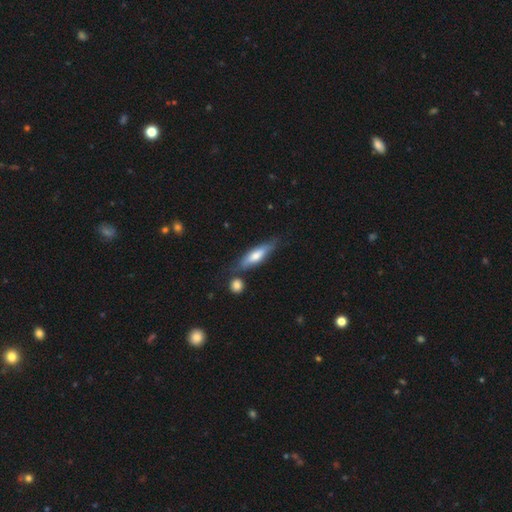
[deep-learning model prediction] smooth 54%, featured or disk 40%, star or artifact 6%. Down the decision tree: how rounded — cigar-shaped (66%); merging — none (70%).